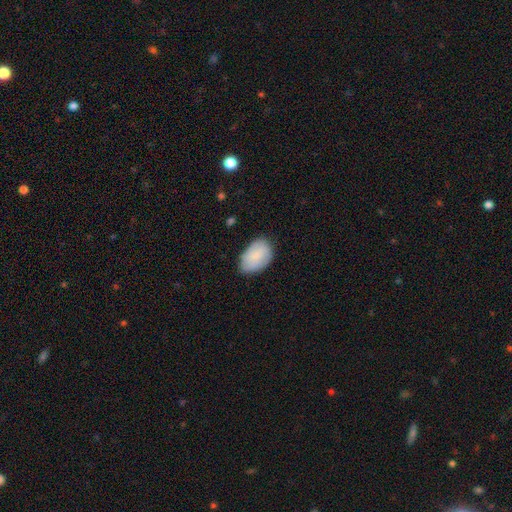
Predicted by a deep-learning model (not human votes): A smooth galaxy with no disk features (83%) that is in between round and cigar-shaped (90%). Merging: none (76%).